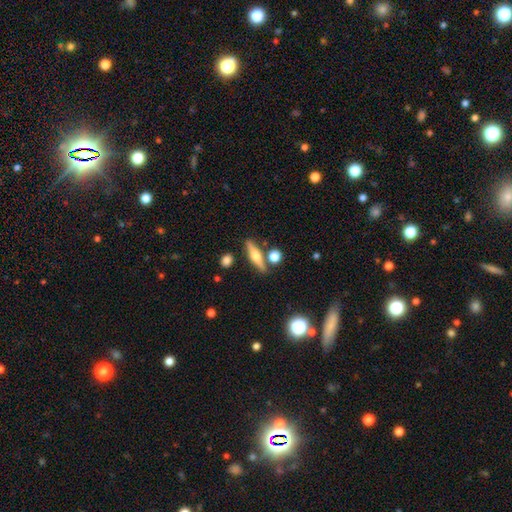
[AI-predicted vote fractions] A featured or disk galaxy (58%) viewed edge-on (94%) with a rounded central bulge (93%).

Vote fractions:
- Smooth or featured? featured or disk: 58% / smooth: 34% / star or artifact: 7%
- Edge-on disk? yes: 94% / no: 6%
- Edge-on bulge? rounded: 93% / boxy: 4% / none: 3%
- Merging? none: 81% / minor disturbance: 9% / merger: 8% / major disturbance: 3%